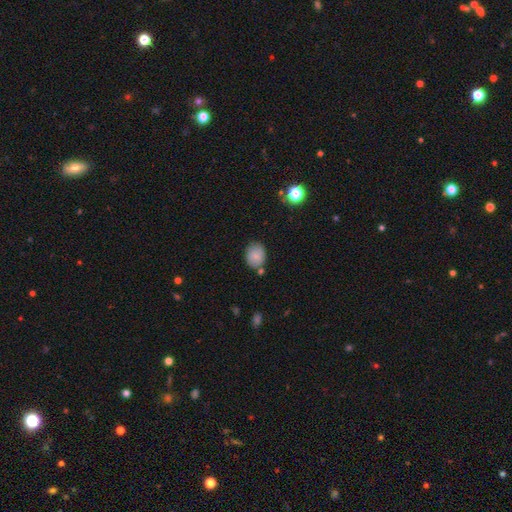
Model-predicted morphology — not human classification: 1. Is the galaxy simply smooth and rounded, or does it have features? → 83% smooth, 9% featured or disk, 8% star or artifact.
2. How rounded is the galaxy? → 50% round, 49% in between, 1% cigar-shaped.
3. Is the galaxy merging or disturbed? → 72% none, 17% minor disturbance, 8% merger, 4% major disturbance.